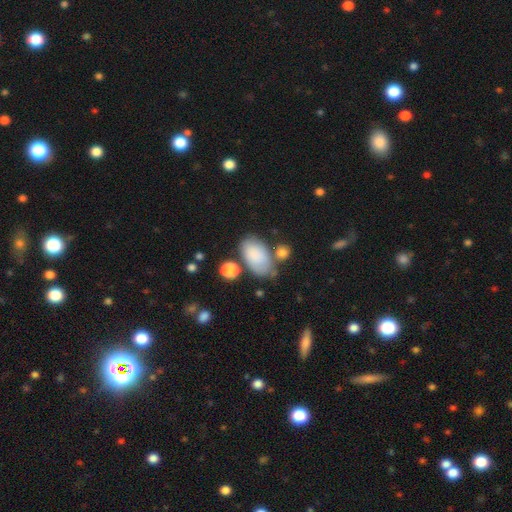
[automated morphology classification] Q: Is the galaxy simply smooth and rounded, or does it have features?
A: smooth — 81%.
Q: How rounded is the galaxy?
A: in between — 93%.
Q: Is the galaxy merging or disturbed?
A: none — 56%.